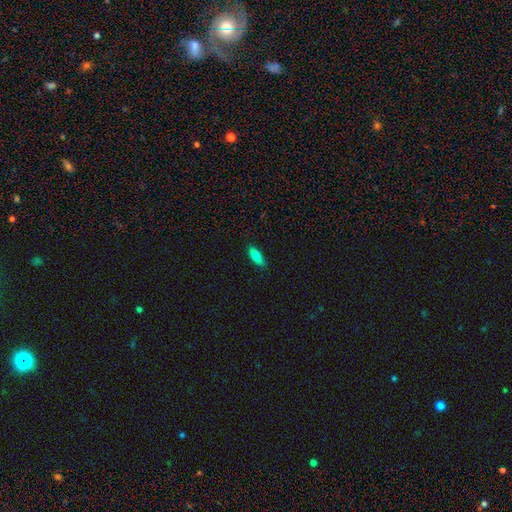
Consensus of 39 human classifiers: smooth 77%, featured or disk 18%, star or artifact 5%. Down the decision tree: how rounded — in between (60%); merging — none (86%).